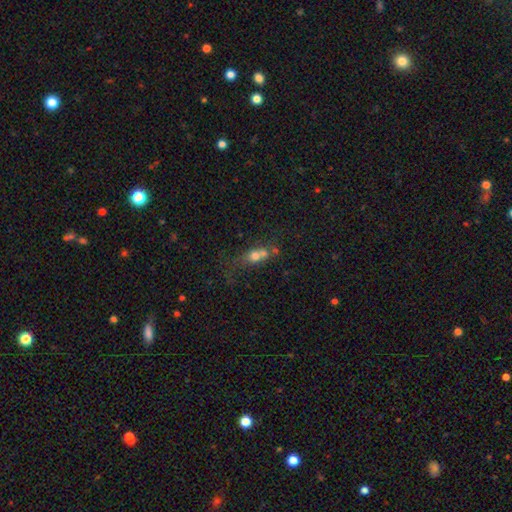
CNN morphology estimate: Smooth or featured? smooth (61%)
How rounded? round (47%)
Merging? merger (49%)